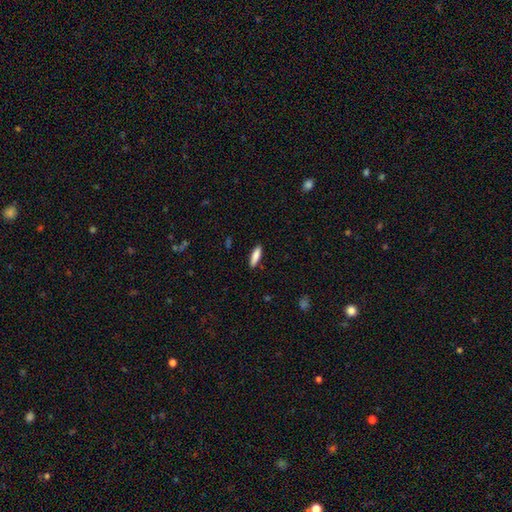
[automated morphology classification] This is clearly a smooth galaxy (85%). How rounded: likely cigar-shaped (60%). Merging: clearly none (89%).